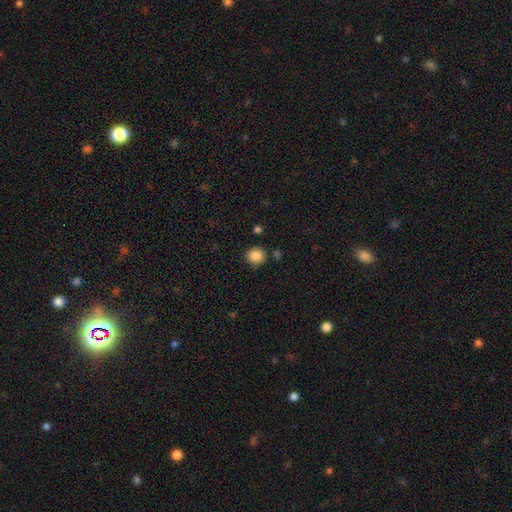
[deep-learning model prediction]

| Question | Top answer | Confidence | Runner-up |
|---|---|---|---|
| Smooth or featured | smooth | 86% | star or artifact (10%) |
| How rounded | round | 89% | in between (10%) |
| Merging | none | 84% | minor disturbance (10%) |